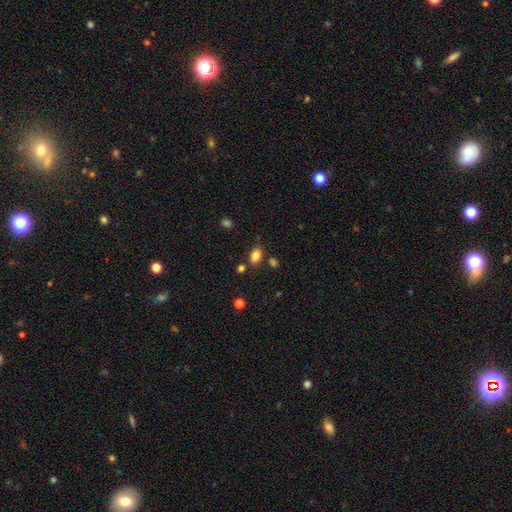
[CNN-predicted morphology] Overall: smooth (83%). How rounded: in between (85%). Merging: none (77%).